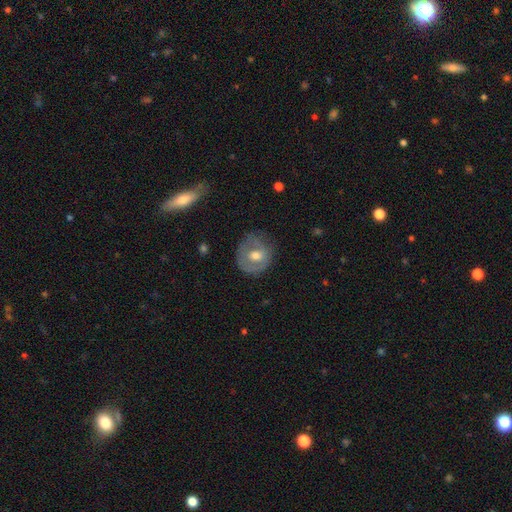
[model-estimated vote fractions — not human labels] Smooth or featured? Predicted: featured or disk (p=0.47). Merging? Predicted: none (p=0.68).